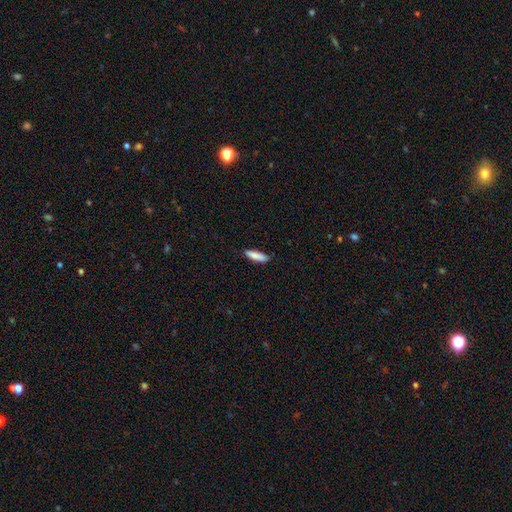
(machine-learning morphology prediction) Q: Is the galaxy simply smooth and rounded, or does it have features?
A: smooth — 87%.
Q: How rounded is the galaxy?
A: cigar-shaped — 66%.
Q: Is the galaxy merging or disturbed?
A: none — 84%.